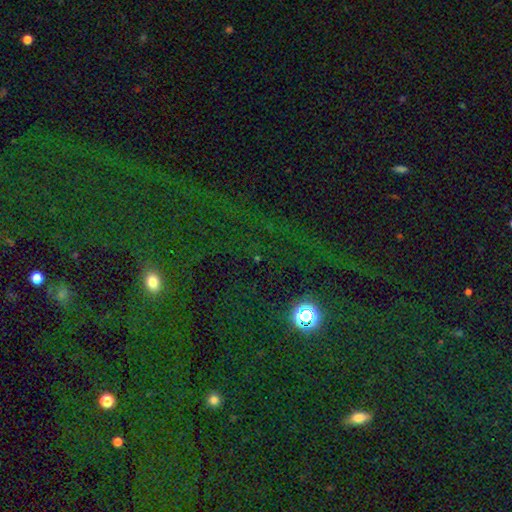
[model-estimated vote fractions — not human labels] The model was most divided on "smooth or featured": star or artifact: 68%, smooth: 23%, featured or disk: 9%.